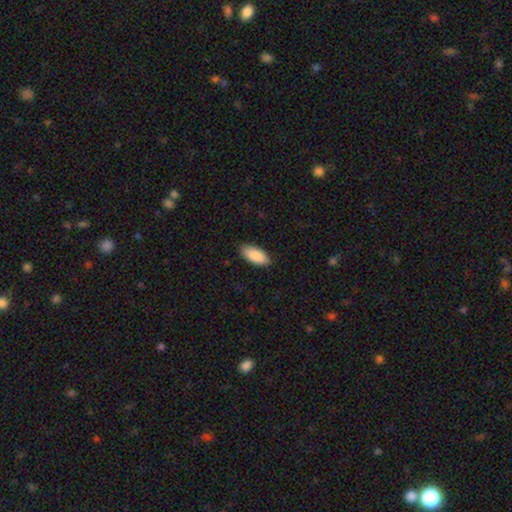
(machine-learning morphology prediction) smooth_or_featured: smooth (p=0.89) [alt: star or artifact p=0.06]
how_rounded: in between (p=0.89) [alt: cigar-shaped p=0.09]
merging: none (p=0.87) [alt: minor disturbance p=0.11]